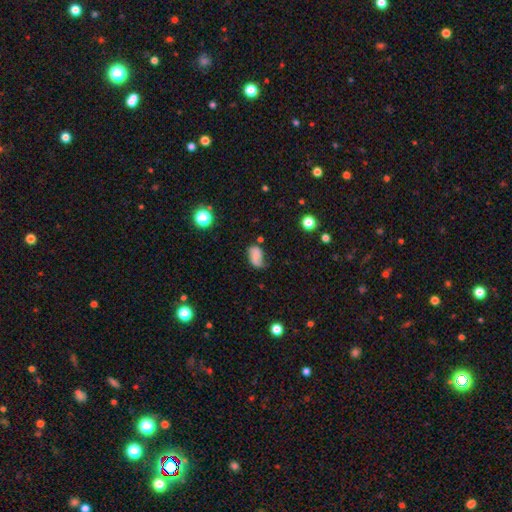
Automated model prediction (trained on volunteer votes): Smooth or featured? Predicted: smooth (p=0.60). How rounded? Predicted: in between (p=0.88). Merging? Predicted: none (p=0.49).